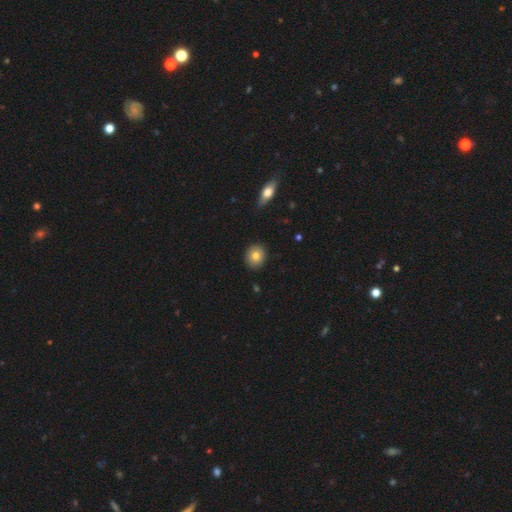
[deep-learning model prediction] Overall: smooth (79%). How rounded: round (77%). Merging: none (89%).